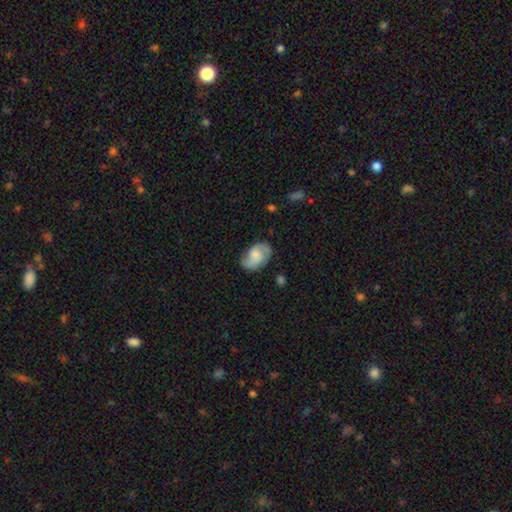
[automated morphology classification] type=featured or disk (51%); edge-on=no (97%); merging=none (71%).